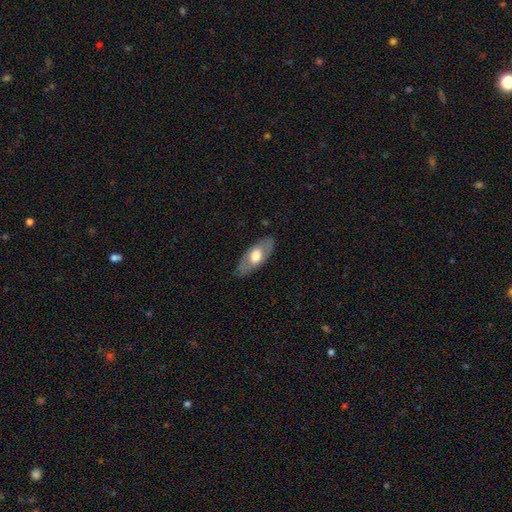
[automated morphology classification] A smooth galaxy with no disk features (52%) that is in between round and cigar-shaped (83%).

Vote fractions:
- Smooth or featured? smooth: 52% / featured or disk: 42% / star or artifact: 5%
- How rounded? in between: 83% / cigar-shaped: 13% / round: 3%
- Merging? none: 82% / minor disturbance: 13% / major disturbance: 4% / merger: 1%